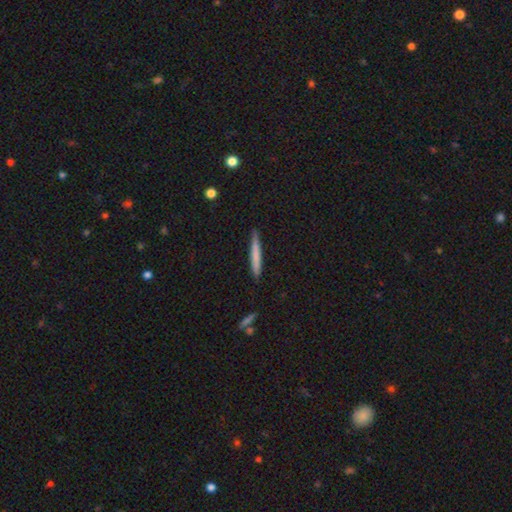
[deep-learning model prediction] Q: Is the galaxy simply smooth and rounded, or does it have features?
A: smooth — 71%.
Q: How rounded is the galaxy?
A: cigar-shaped — 96%.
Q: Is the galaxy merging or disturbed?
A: none — 87%.